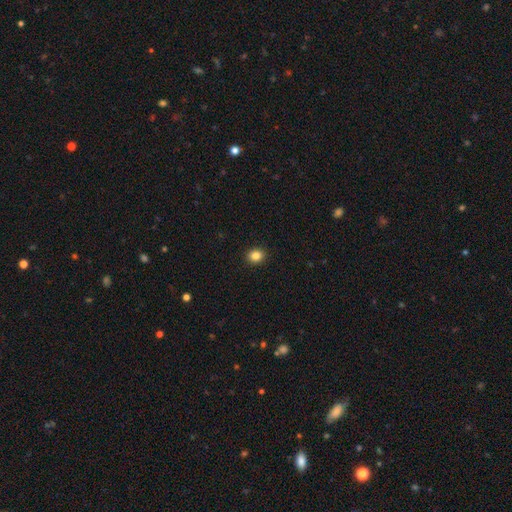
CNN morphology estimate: smooth_or_featured: smooth (p=0.85) [alt: star or artifact p=0.11]
how_rounded: round (p=0.69) [alt: in between p=0.30]
merging: none (p=0.92) [alt: minor disturbance p=0.06]